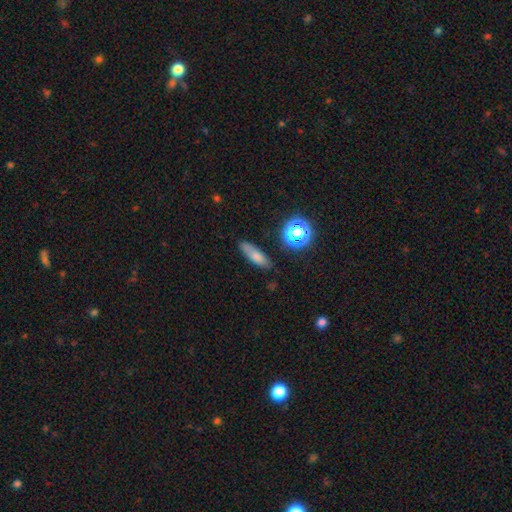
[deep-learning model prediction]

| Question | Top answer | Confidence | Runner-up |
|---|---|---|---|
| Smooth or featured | smooth | 74% | featured or disk (13%) |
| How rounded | cigar-shaped | 49% | in between (45%) |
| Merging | none | 78% | minor disturbance (15%) |